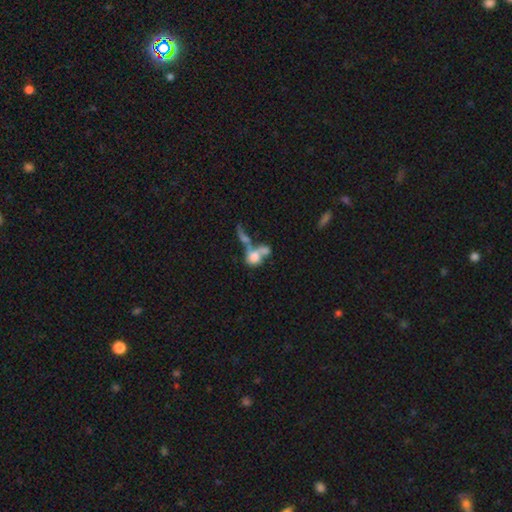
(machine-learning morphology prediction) This appears to be a smooth galaxy with no disk features (64%) that is in between round and cigar-shaped (52%). Merging: merger (63%).